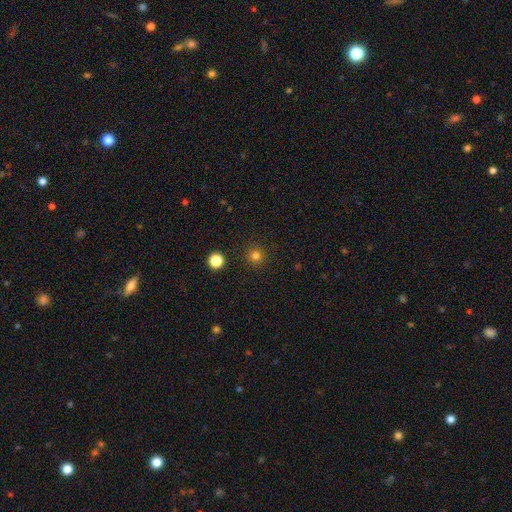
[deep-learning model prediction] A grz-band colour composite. It shows a smooth galaxy with no disk features (80%) that is round (95%). Merging: none (92%).